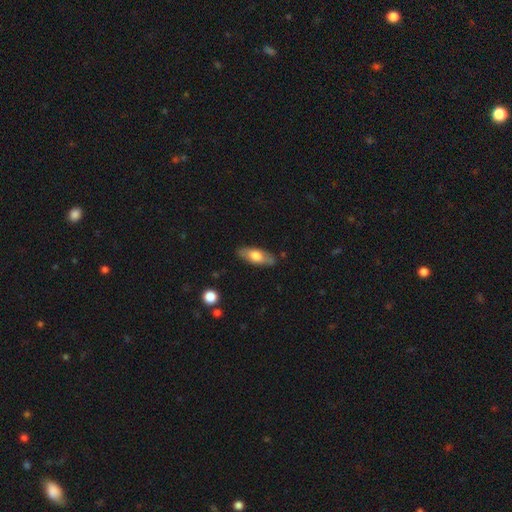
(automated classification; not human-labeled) Smooth or featured? smooth (64%)
How rounded? in between (74%)
Merging? none (84%)